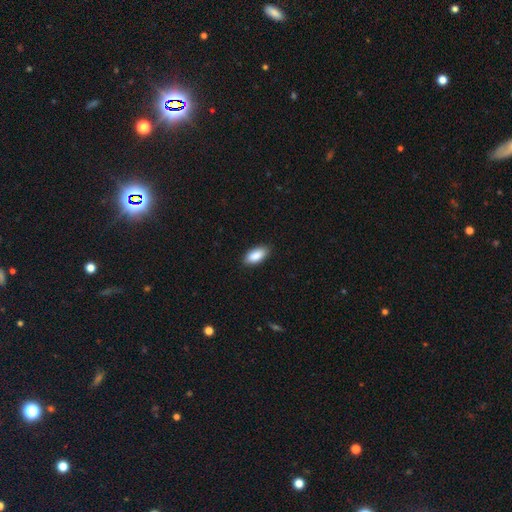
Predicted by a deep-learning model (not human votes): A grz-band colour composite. It shows a smooth galaxy with no disk features (89%) that is in between round and cigar-shaped (91%). Merging: none (87%).